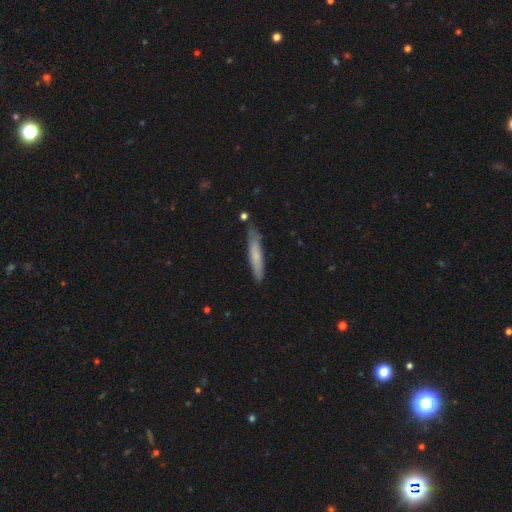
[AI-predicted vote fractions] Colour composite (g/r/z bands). It shows a smooth galaxy with no disk features (66%) that is cigar-shaped (89%). Merging: none (77%).